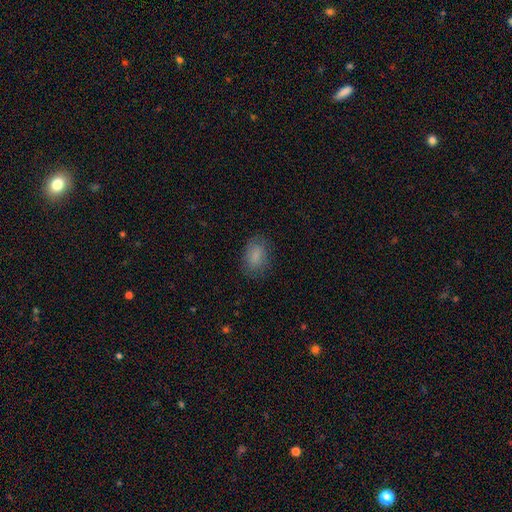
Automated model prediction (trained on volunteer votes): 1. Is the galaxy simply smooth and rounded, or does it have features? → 84% smooth, 8% featured or disk, 8% star or artifact.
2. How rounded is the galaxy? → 85% in between, 14% round, 2% cigar-shaped.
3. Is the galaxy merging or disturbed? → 79% none, 15% minor disturbance, 5% major disturbance, 1% merger.